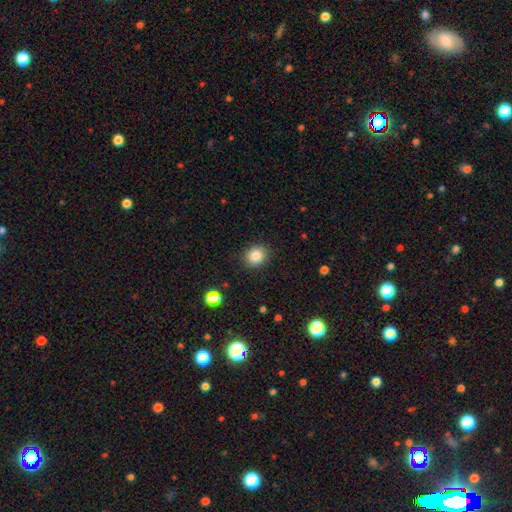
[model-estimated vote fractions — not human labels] This is clearly a smooth galaxy (85%). How rounded: likely round (73%). Merging: clearly none (89%).